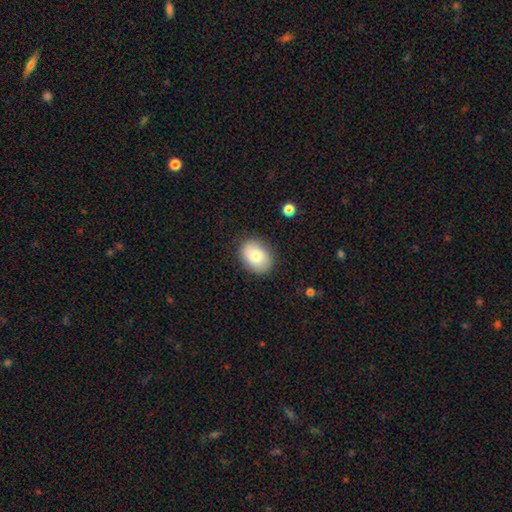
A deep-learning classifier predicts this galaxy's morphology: smooth_or_featured: smooth (p=0.79) [alt: featured or disk p=0.14]
how_rounded: in between (p=0.67) [alt: round p=0.32]
merging: none (p=0.85) [alt: minor disturbance p=0.11]